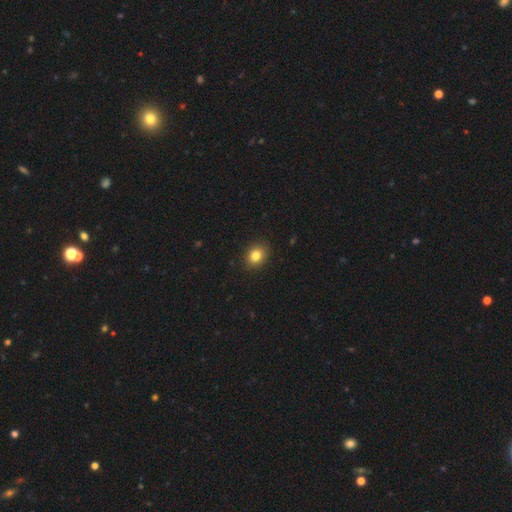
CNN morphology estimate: type=smooth (83%); roundness=round (53%); merging=none (90%).